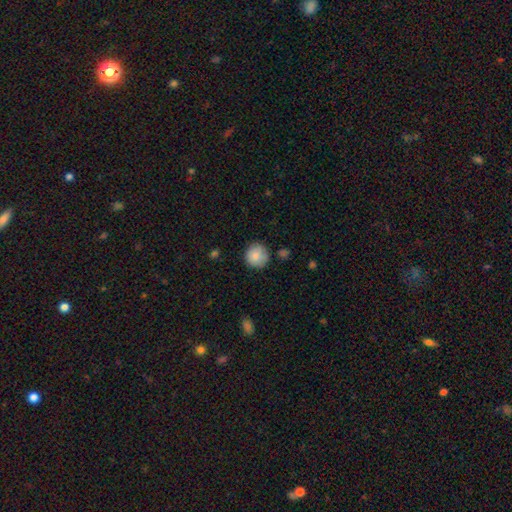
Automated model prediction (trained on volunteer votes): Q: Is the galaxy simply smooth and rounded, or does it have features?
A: smooth — 85%.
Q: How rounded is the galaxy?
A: round — 94%.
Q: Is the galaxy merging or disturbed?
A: none — 83%.